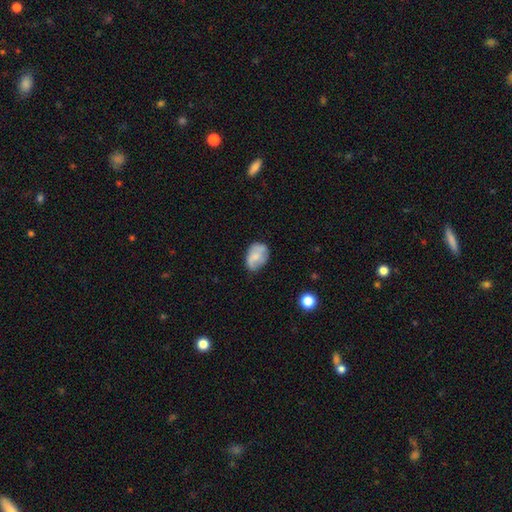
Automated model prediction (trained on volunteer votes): Smooth or featured? Predicted: smooth (p=0.65). How rounded? Predicted: in between (p=0.75). Merging? Predicted: none (p=0.59).